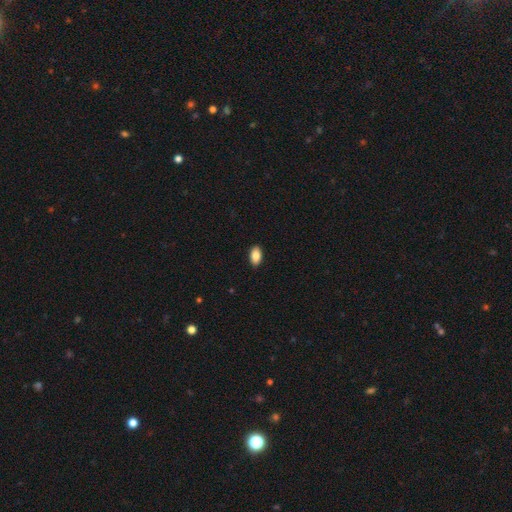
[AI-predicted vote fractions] smooth-or-featured: smooth: 88% | star or artifact: 7% | featured or disk: 5%
  how-rounded: in between: 93% | round: 5% | cigar-shaped: 3%
  merging: none: 90% | minor disturbance: 7% | major disturbance: 2% | merger: 1%